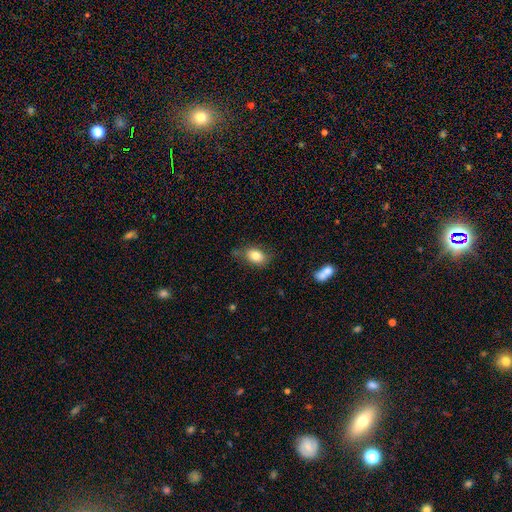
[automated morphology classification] This is clearly a smooth galaxy (81%). How rounded: likely in between (75%). Merging: likely none (65%).